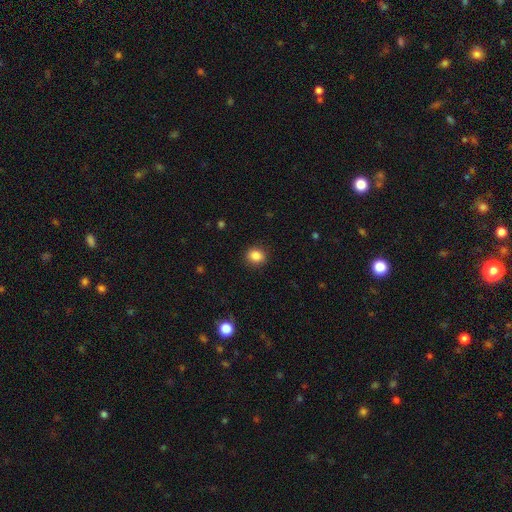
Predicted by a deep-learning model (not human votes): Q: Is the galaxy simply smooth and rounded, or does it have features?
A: smooth — 86%.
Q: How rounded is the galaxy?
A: round — 69%.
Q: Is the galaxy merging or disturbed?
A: none — 89%.